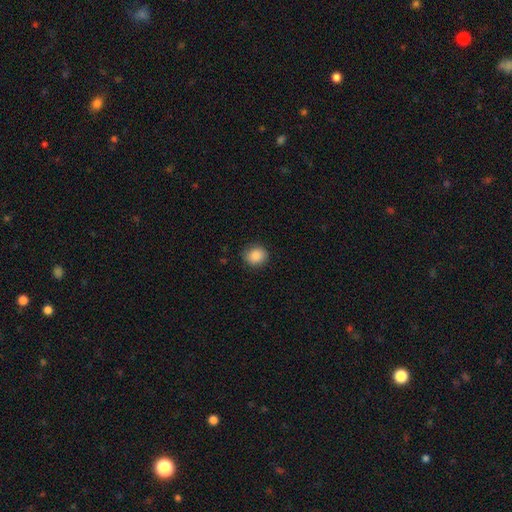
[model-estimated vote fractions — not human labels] A smooth galaxy with no disk features (88%) that is round (78%).

Vote fractions:
- Smooth or featured? smooth: 88% / star or artifact: 8% / featured or disk: 4%
- How rounded? round: 78% / in between: 21% / cigar-shaped: 1%
- Merging? none: 85% / minor disturbance: 11% / major disturbance: 3% / merger: 1%